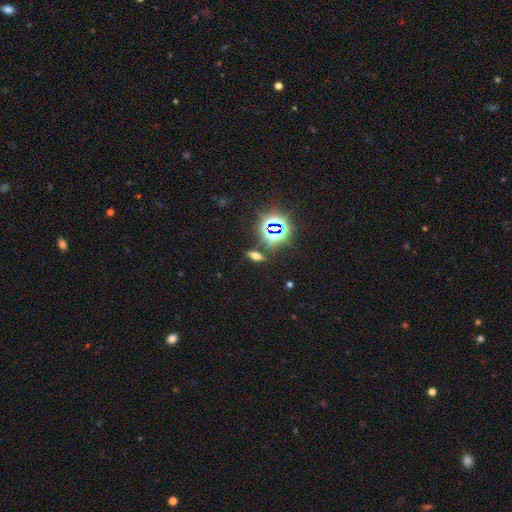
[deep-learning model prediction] This is possibly a smooth galaxy (48%). Merging: clearly none (82%).